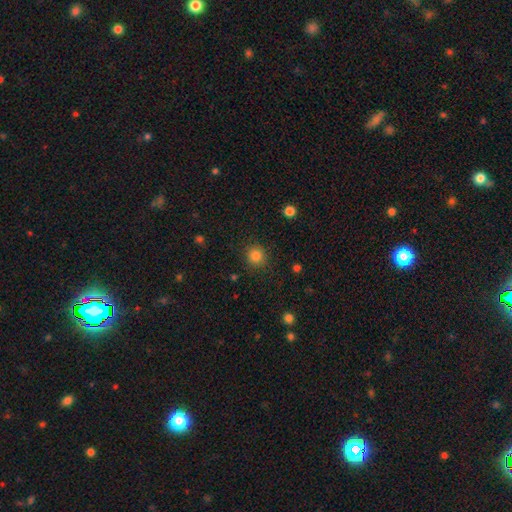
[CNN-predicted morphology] Smooth or featured? smooth (84%)
How rounded? round (91%)
Merging? none (88%)